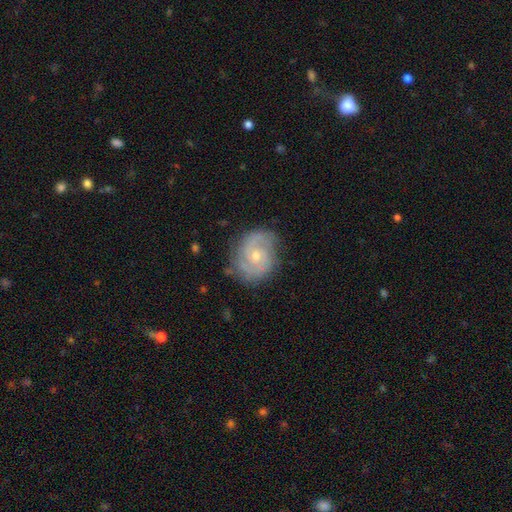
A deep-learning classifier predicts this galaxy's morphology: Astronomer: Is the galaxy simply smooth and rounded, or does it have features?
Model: featured or disk — 80%.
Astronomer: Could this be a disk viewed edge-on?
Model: no — 97%.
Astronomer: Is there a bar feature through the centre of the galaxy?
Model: no — 71%.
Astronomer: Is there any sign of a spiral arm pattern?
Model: yes — 94%.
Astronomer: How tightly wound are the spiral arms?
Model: tight — 50% (runner-up: medium, 38%).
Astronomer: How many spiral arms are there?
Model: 2 — 66%.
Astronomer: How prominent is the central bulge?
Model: small — 55% (runner-up: moderate, 42%).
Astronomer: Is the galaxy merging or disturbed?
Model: none — 76%.